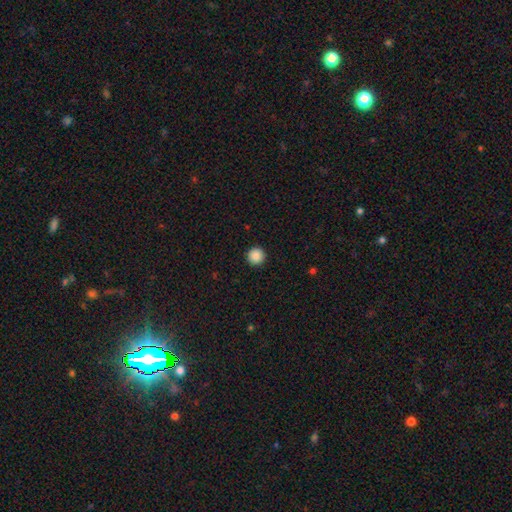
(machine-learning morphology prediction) Q: Smooth or featured?
A: smooth (89%); runner-up: star or artifact (9%)
Q: How rounded?
A: round (97%); runner-up: in between (2%)
Q: Merging?
A: none (94%); runner-up: minor disturbance (4%)